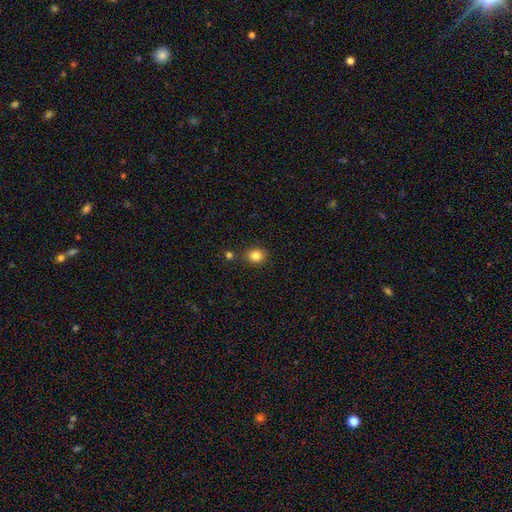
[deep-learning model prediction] A smooth galaxy with no disk features (84%) that is round (74%).

Vote fractions:
- Smooth or featured? smooth: 84% / star or artifact: 11% / featured or disk: 5%
- How rounded? round: 74% / in between: 25% / cigar-shaped: 1%
- Merging? none: 80% / minor disturbance: 10% / merger: 7% / major disturbance: 3%